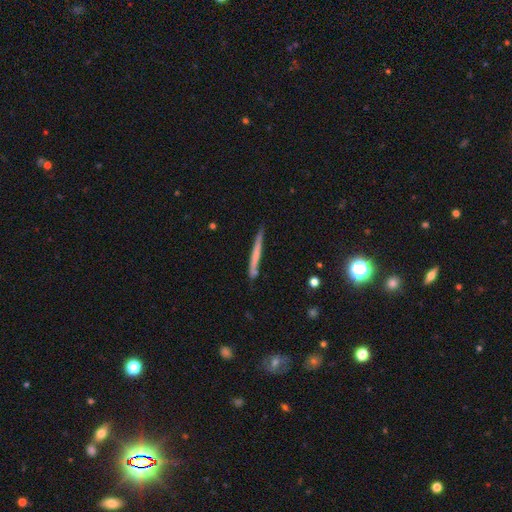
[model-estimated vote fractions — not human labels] This is possibly a smooth galaxy (53%). How rounded: clearly cigar-shaped (97%). Merging: likely none (79%).